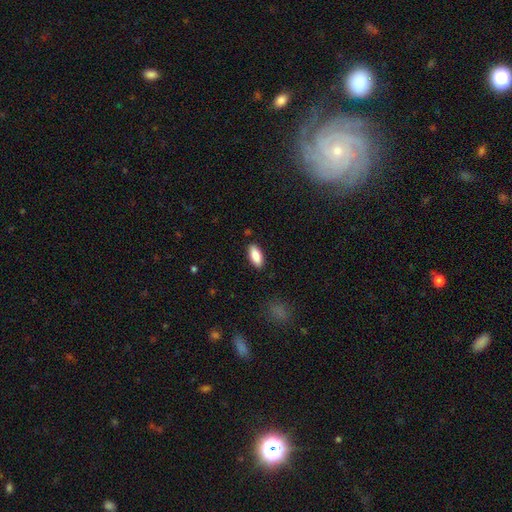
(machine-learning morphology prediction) type=smooth (86%); roundness=in between (83%); merging=none (88%).